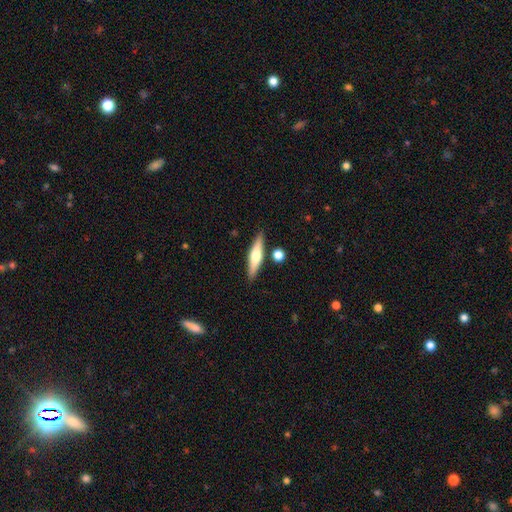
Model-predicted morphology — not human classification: Q: Smooth or featured?
A: featured or disk (47%); tied with: smooth (47%)
Q: Merging?
A: none (84%); runner-up: minor disturbance (9%)